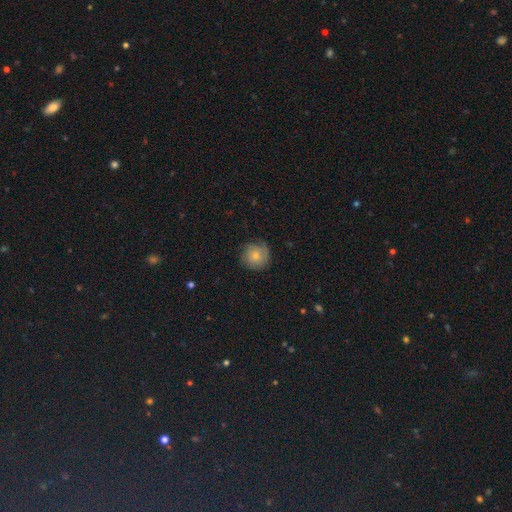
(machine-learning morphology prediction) A smooth galaxy with no disk features (67%) that is round (92%).

Vote fractions:
- Smooth or featured? smooth: 67% / featured or disk: 25% / star or artifact: 8%
- How rounded? round: 92% / in between: 7% / cigar-shaped: 1%
- Merging? none: 74% / minor disturbance: 19% / major disturbance: 6% / merger: 1%